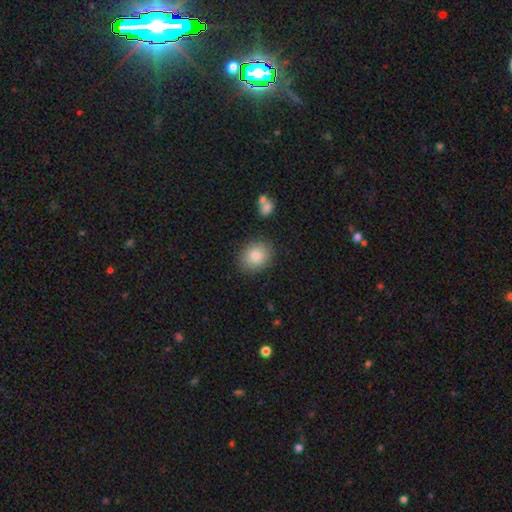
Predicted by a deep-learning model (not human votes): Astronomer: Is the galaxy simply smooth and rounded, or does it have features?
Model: smooth — 84%.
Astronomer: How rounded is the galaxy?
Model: round — 58% (runner-up: in between, 41%).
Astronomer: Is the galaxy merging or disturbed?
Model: none — 84%.